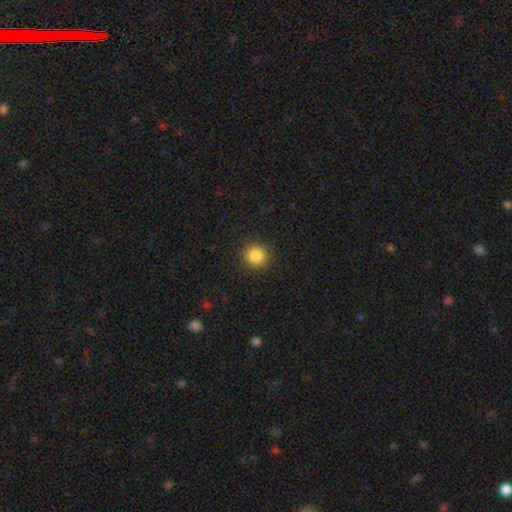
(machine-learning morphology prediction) Q: Smooth or featured?
A: smooth (85%); runner-up: star or artifact (11%)
Q: How rounded?
A: round (92%); runner-up: in between (7%)
Q: Merging?
A: none (90%); runner-up: minor disturbance (6%)